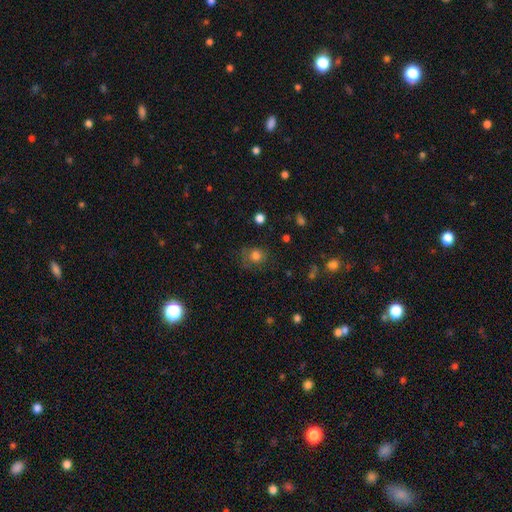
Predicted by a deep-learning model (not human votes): A smooth galaxy with no disk features (75%) that is round (75%).

Vote fractions:
- Smooth or featured? smooth: 75% / star or artifact: 14% / featured or disk: 11%
- How rounded? round: 75% / in between: 24% / cigar-shaped: 1%
- Merging? none: 62% / minor disturbance: 22% / major disturbance: 14% / merger: 2%